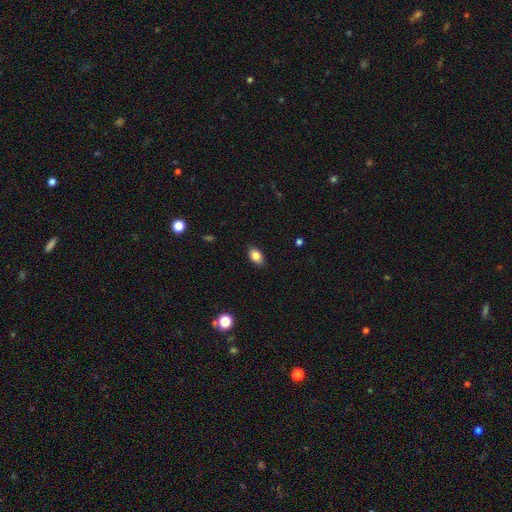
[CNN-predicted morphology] smooth 84%, star or artifact 8%, featured or disk 8%. Down the decision tree: how rounded — in between (89%); merging — none (87%).